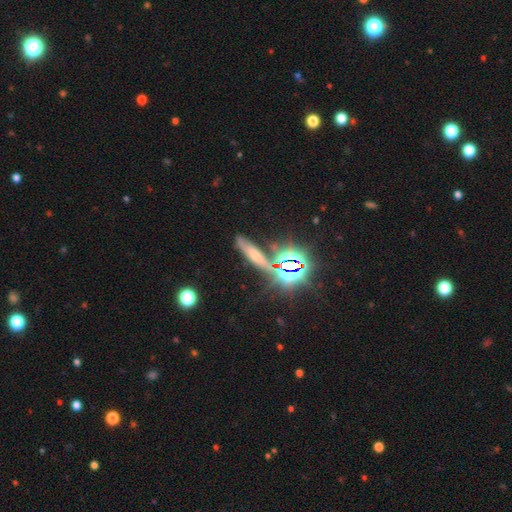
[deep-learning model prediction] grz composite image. It shows a smooth galaxy with no disk features (39%). Merging: none (69%).